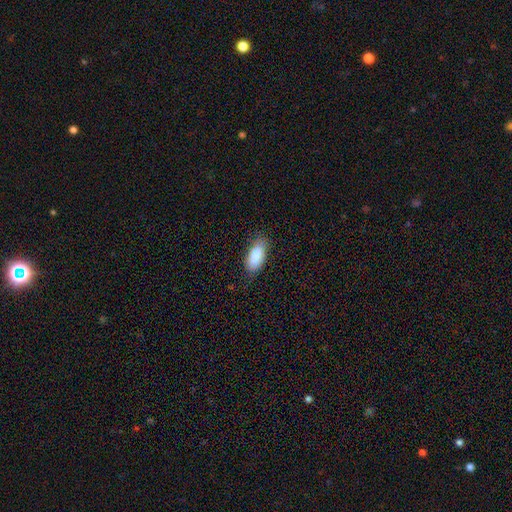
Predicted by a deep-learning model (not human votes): A smooth galaxy with no disk features (88%) that is in between round and cigar-shaped (87%). Merging: none (77%).